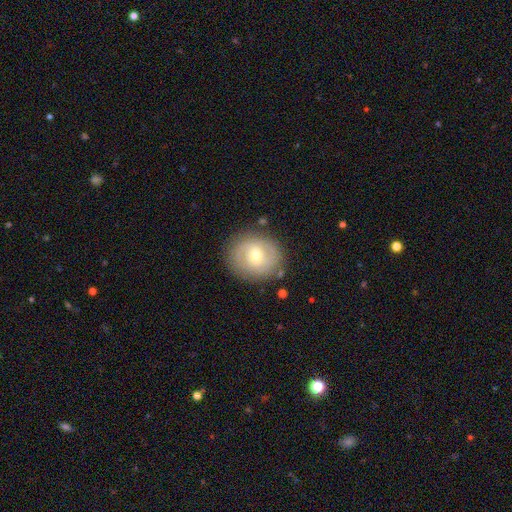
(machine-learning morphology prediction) Overall: featured or disk (59%; smooth 34%). Edge-on disk: no (97%). Bar: weak (46%; no 42%). Spiral arms: yes (70%). Bulge size: moderate (61%; small 35%). Merging: none (83%).